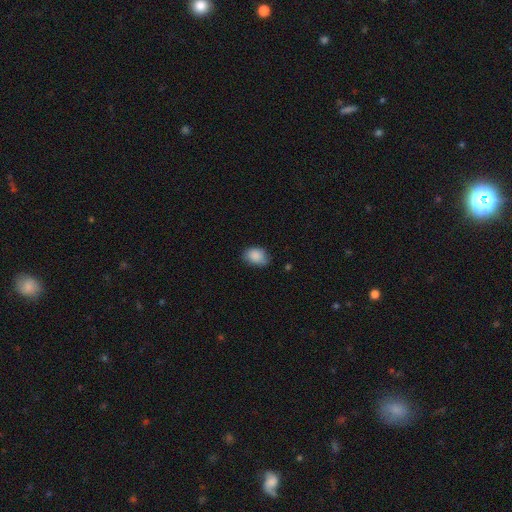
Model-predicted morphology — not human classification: A smooth galaxy with no disk features (87%) that is in between round and cigar-shaped (71%). Merging: none (66%).